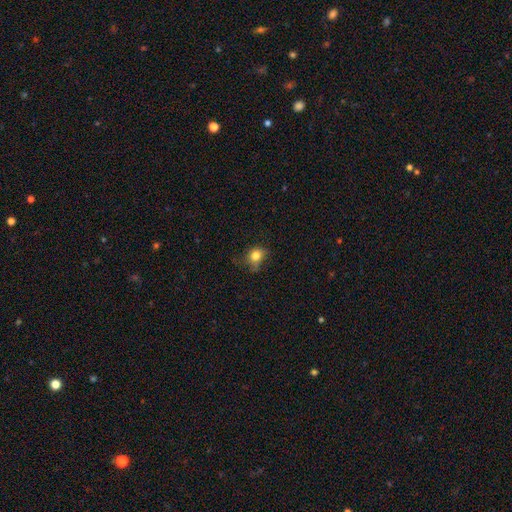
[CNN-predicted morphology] This appears to be a smooth galaxy with no disk features (79%) that is round (61%). Merging: none (54%).